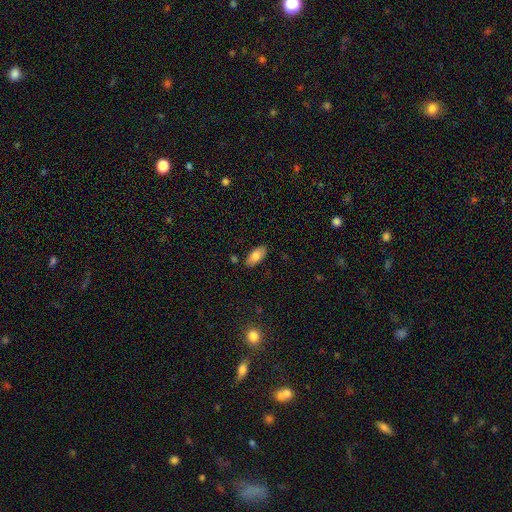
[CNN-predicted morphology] This appears to be a smooth galaxy with no disk features (80%) that is in between round and cigar-shaped (91%). Merging: none (85%).